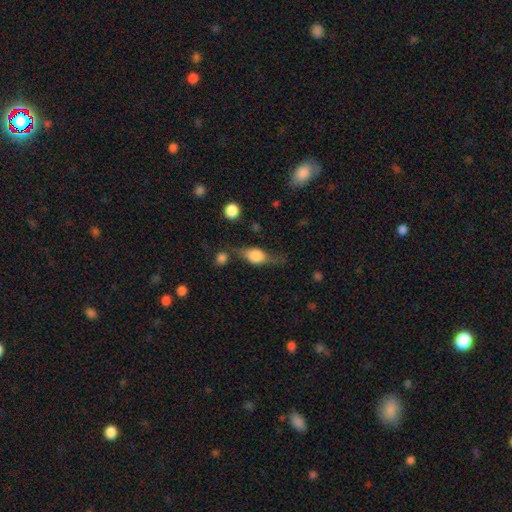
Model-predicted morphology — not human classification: type=smooth (47%); merging=none (54%).